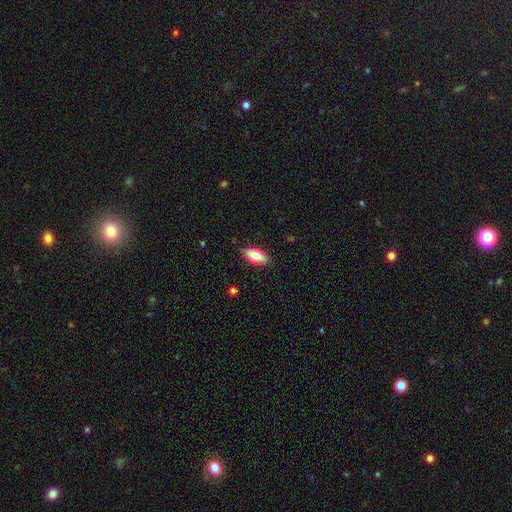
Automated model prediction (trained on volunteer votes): Smooth or featured? smooth (79%)
How rounded? in between (82%)
Merging? none (86%)